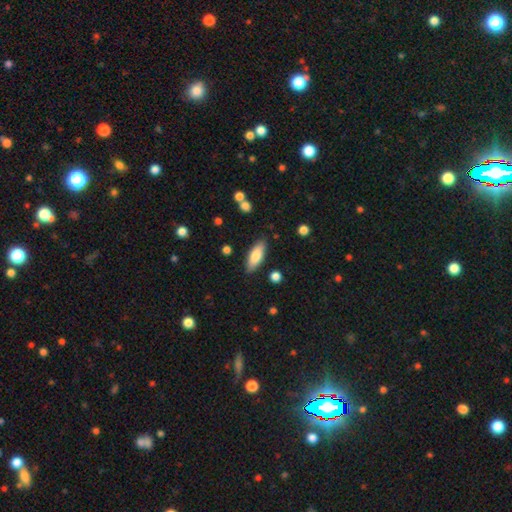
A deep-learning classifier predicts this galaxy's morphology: smooth_or_featured: smooth (p=0.77) [alt: featured or disk p=0.17]
how_rounded: in between (p=0.66) [alt: cigar-shaped p=0.32]
merging: none (p=0.85) [alt: minor disturbance p=0.10]